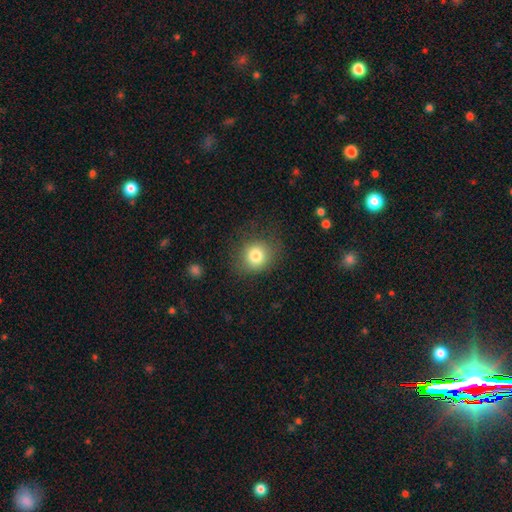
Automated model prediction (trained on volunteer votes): Morphology: type=smooth (80%); roundness=round (80%); merging=none (73%).